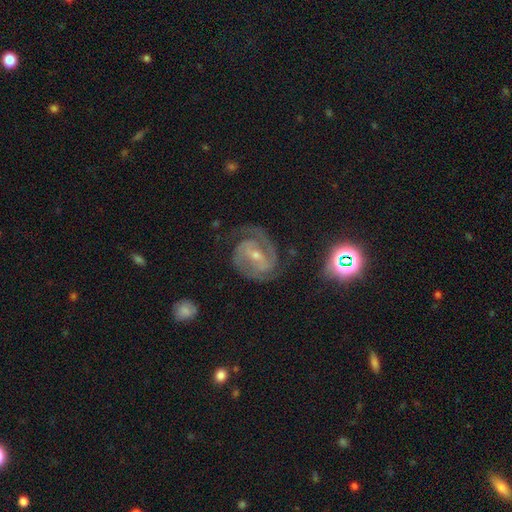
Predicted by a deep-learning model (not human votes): A featured or disk galaxy (89%) with a weak bar (41%), 2 (78%) tight (51%) spiral arms (98%) and a small central bulge (61%). Merging: none (74%).